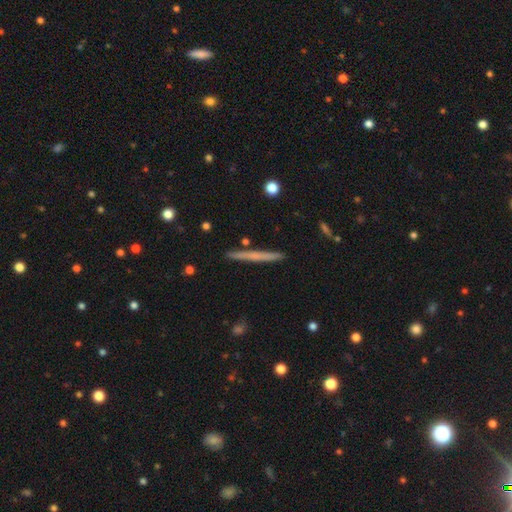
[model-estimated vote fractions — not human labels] Smooth or featured?
  - smooth: 50% *
  - featured or disk: 44%
  - star or artifact: 6%
Merging?
  - none: 91% *
  - minor disturbance: 7%
  - merger: 2%
  - major disturbance: 1%